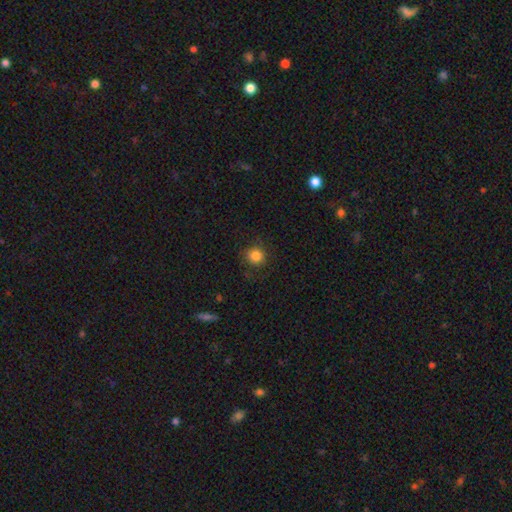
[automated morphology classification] Smooth or featured: smooth — 83% (star or artifact — 11%)
How rounded: round — 92% (in between — 7%)
Merging: none — 83% (minor disturbance — 12%)